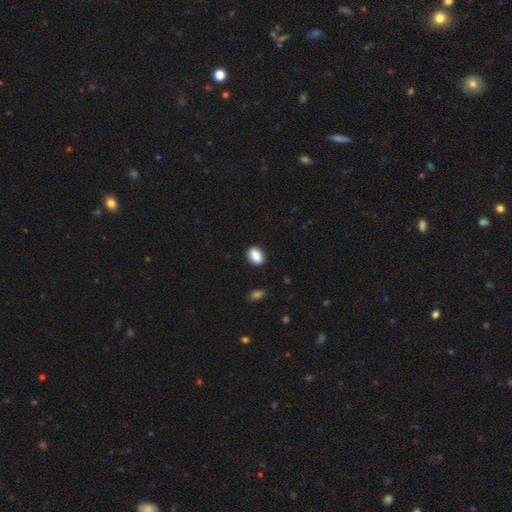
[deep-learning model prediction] smooth_or_featured: smooth (p=0.89) [alt: star or artifact p=0.08]
how_rounded: in between (p=0.83) [alt: round p=0.15]
merging: none (p=0.87) [alt: minor disturbance p=0.09]